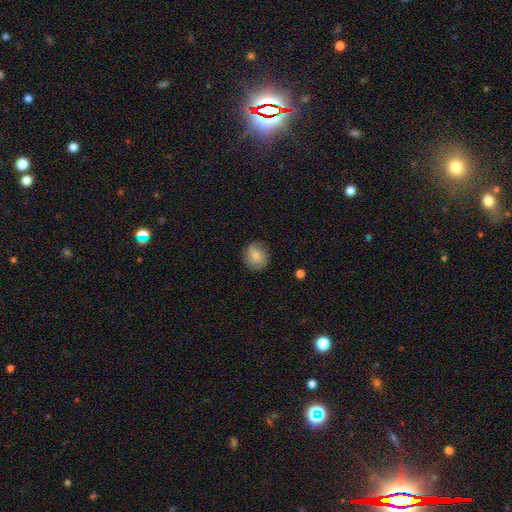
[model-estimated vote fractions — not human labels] A smooth galaxy with no disk features (75%) that is round (81%).

Vote fractions:
- Smooth or featured? smooth: 75% / featured or disk: 16% / star or artifact: 8%
- How rounded? round: 81% / in between: 18% / cigar-shaped: 1%
- Merging? none: 81% / minor disturbance: 14% / major disturbance: 3% / merger: 1%